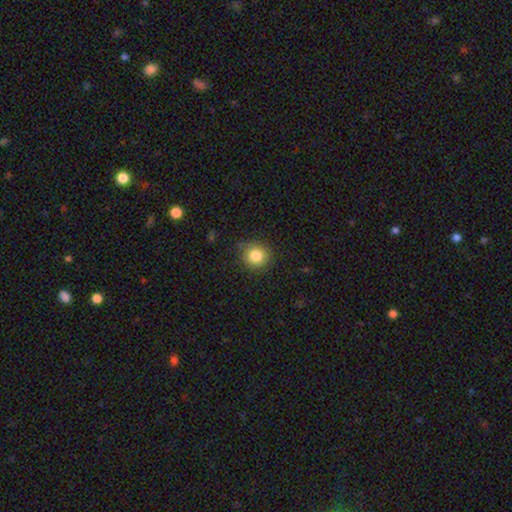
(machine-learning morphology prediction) type=smooth (83%); roundness=round (89%); merging=none (84%).